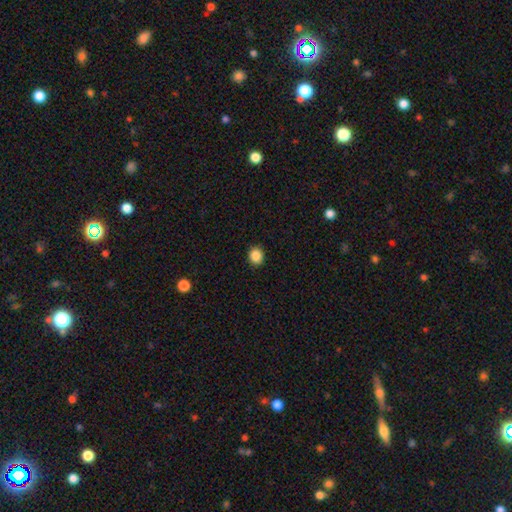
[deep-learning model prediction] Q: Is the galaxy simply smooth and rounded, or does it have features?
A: smooth — 87%.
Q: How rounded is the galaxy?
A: round — 79%.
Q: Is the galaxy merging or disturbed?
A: none — 91%.